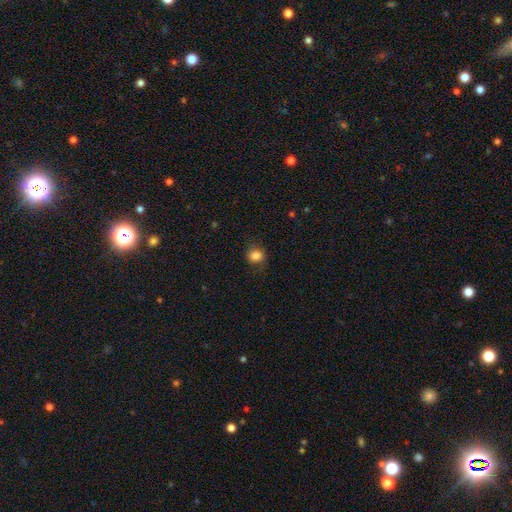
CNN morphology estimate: smooth 83%, star or artifact 11%, featured or disk 7%. Down the decision tree: how rounded — round (76%); merging — none (78%).